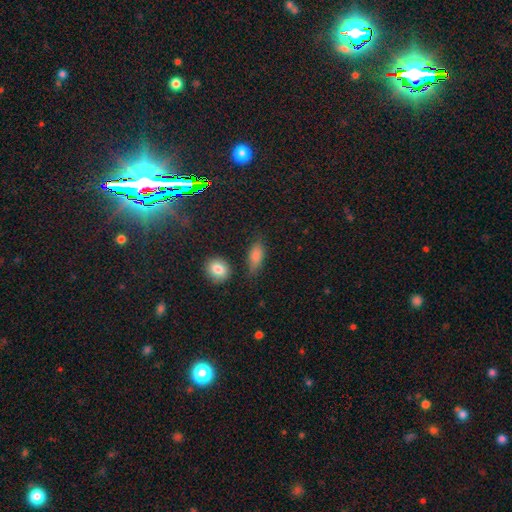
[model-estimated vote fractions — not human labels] The model was most divided on "merging": none: 73%, minor disturbance: 18%, major disturbance: 5%, merger: 4%. More confident: how rounded — in between (75%); smooth or featured — smooth (74%).